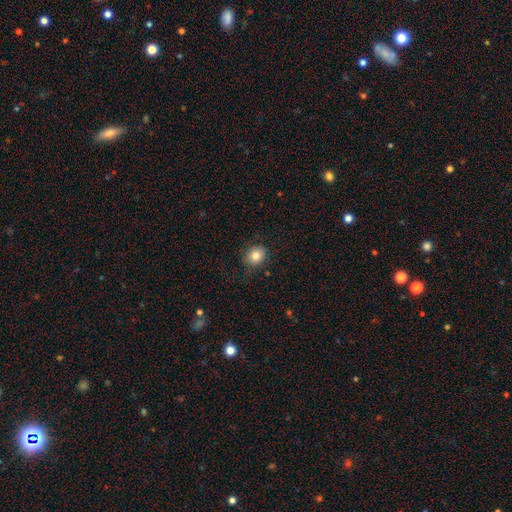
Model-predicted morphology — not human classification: smooth_or_featured: smooth (p=0.82) [alt: star or artifact p=0.10]
how_rounded: round (p=0.71) [alt: in between p=0.28]
merging: none (p=0.81) [alt: minor disturbance p=0.14]